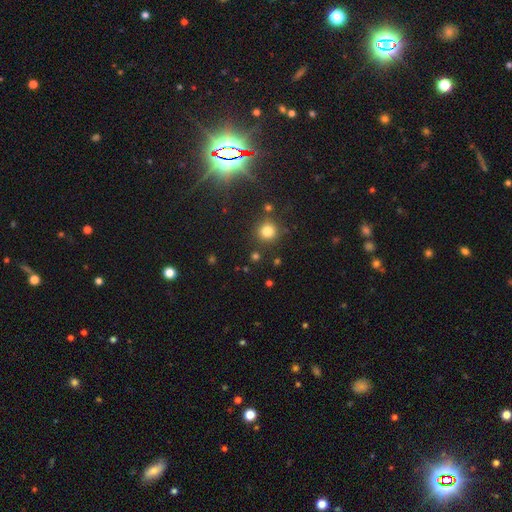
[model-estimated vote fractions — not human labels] Q: Smooth or featured?
A: smooth (54%); runner-up: star or artifact (39%)
Q: How rounded?
A: round (92%); runner-up: in between (7%)
Q: Merging?
A: none (87%); runner-up: minor disturbance (6%)